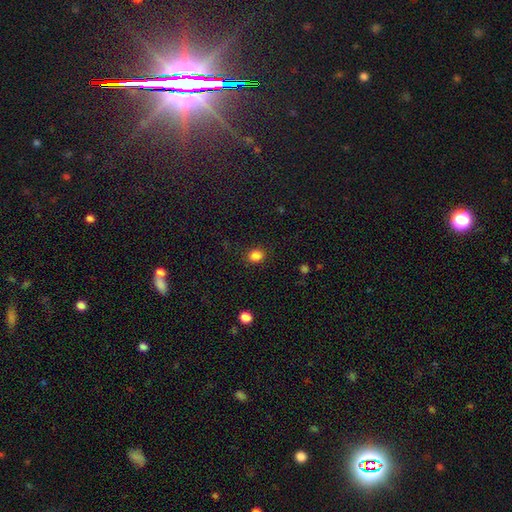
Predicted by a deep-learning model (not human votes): smooth_or_featured: smooth (p=0.85) [alt: star or artifact p=0.11]
how_rounded: round (p=0.64) [alt: in between p=0.35]
merging: none (p=0.87) [alt: minor disturbance p=0.09]